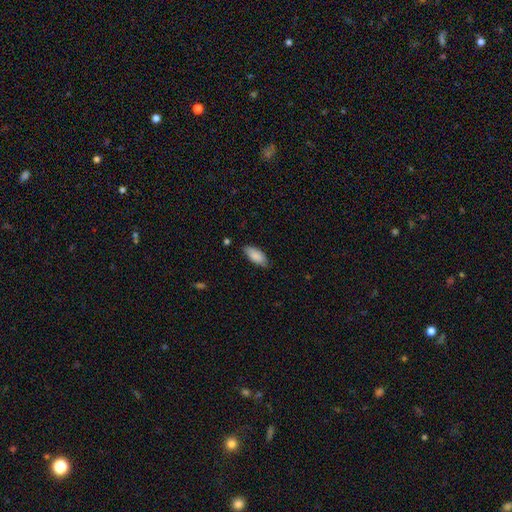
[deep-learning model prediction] Smooth or featured: smooth — 87% (featured or disk — 7%)
How rounded: in between — 87% (cigar-shaped — 11%)
Merging: none — 78% (minor disturbance — 18%)